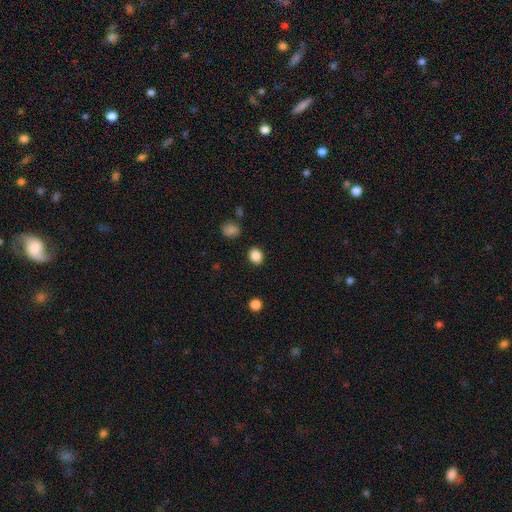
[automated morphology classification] A smooth galaxy with no disk features (87%) that is round (57%). Merging: none (88%).